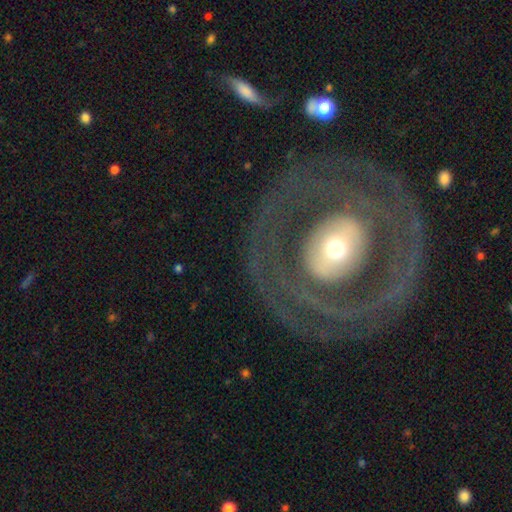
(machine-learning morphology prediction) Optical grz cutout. It shows a featured or disk galaxy (74%) with no bar (64%), no spiral arms (52%) and a moderate central bulge (54%). Merging: none (77%).